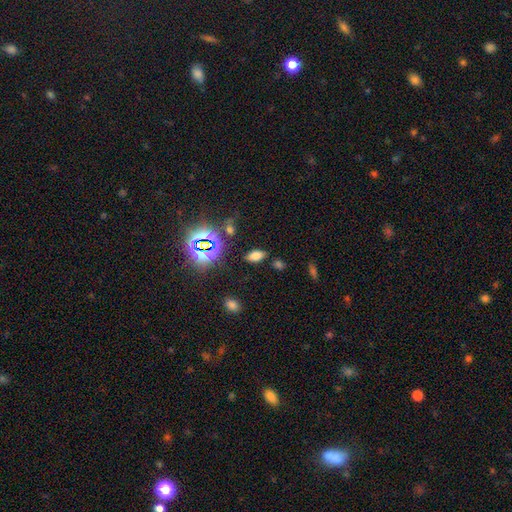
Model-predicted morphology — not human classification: A smooth galaxy with no disk features (65%) that is in between round and cigar-shaped (89%).

Vote fractions:
- Smooth or featured? smooth: 65% / star or artifact: 25% / featured or disk: 10%
- How rounded? in between: 89% / round: 7% / cigar-shaped: 5%
- Merging? none: 84% / minor disturbance: 9% / merger: 3% / major disturbance: 3%